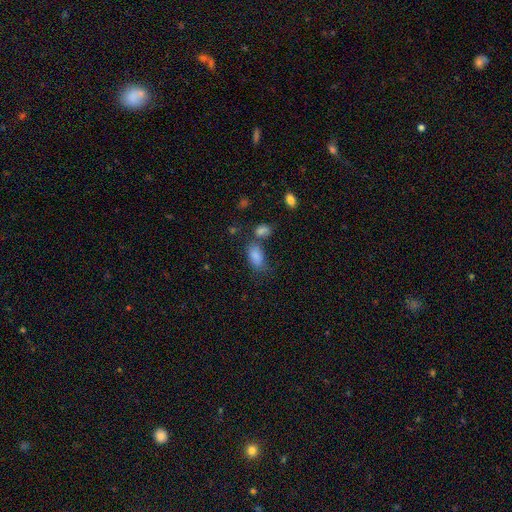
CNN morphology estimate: smooth-or-featured: smooth: 81% | star or artifact: 11% | featured or disk: 8%
  how-rounded: in between: 90% | round: 7% | cigar-shaped: 3%
  merging: none: 52% | merger: 22% | minor disturbance: 18% | major disturbance: 8%